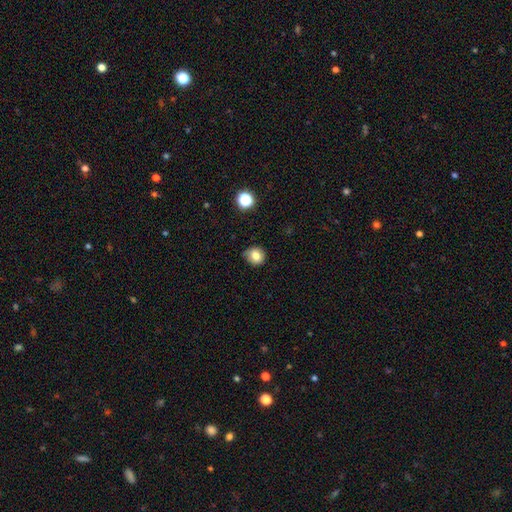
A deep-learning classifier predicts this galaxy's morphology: Q: Smooth or featured?
A: smooth (79%); runner-up: star or artifact (11%)
Q: How rounded?
A: round (80%); runner-up: in between (19%)
Q: Merging?
A: none (75%); runner-up: minor disturbance (20%)